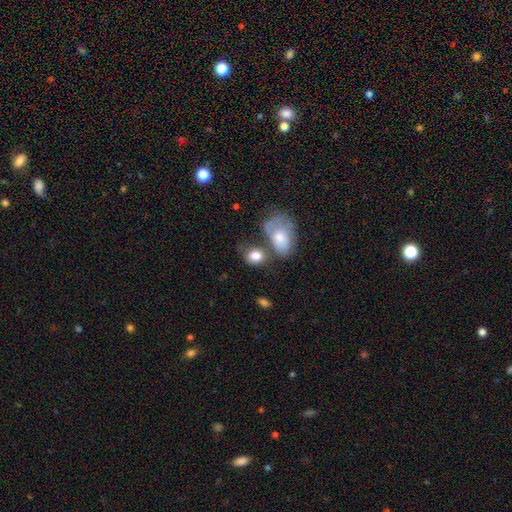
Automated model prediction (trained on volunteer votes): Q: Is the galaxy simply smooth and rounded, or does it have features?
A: smooth — 79%.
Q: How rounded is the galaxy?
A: in between — 64%.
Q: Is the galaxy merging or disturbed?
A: none — 38%.